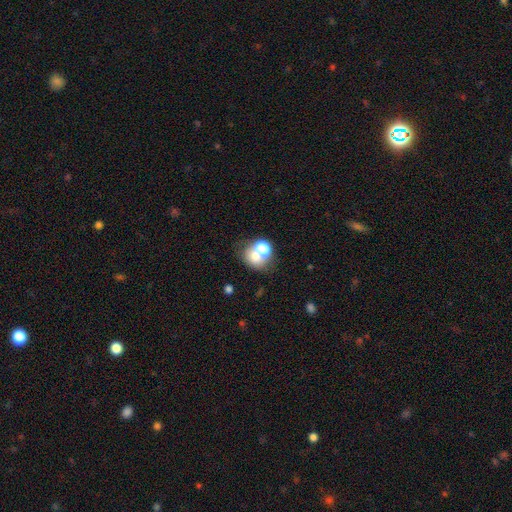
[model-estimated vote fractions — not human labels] Smooth or featured: smooth — 66% (featured or disk — 20%)
How rounded: round — 63% (in between — 36%)
Merging: merger — 50% (none — 34%)